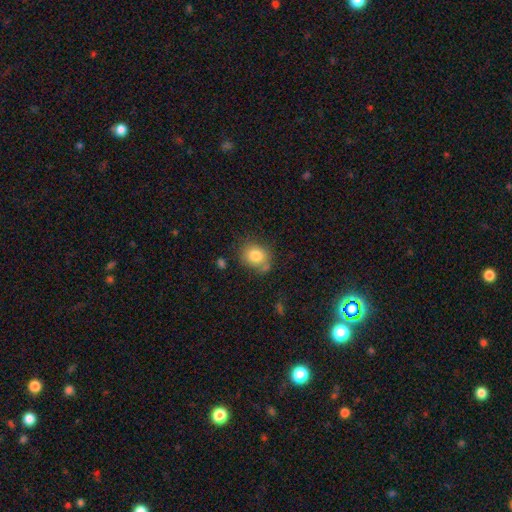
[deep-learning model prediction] Smooth or featured?
  - smooth: 82% *
  - star or artifact: 9%
  - featured or disk: 9%
How rounded?
  - round: 61% *
  - in between: 38%
  - cigar-shaped: 1%
Merging?
  - none: 66% *
  - minor disturbance: 20%
  - merger: 7%
  - major disturbance: 6%